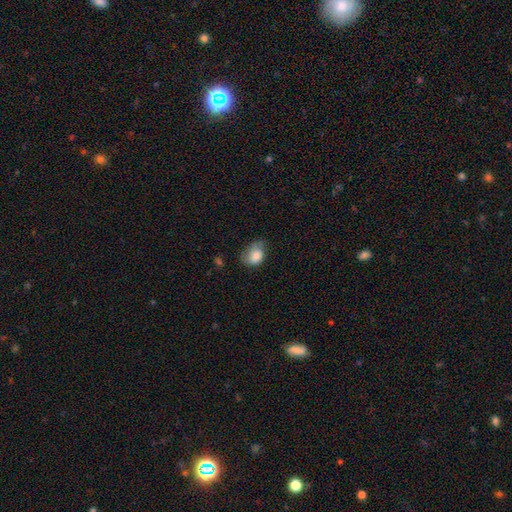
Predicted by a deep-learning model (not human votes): smooth 81%, featured or disk 11%, star or artifact 8%. Down the decision tree: how rounded — in between (70%); merging — minor disturbance (42%).